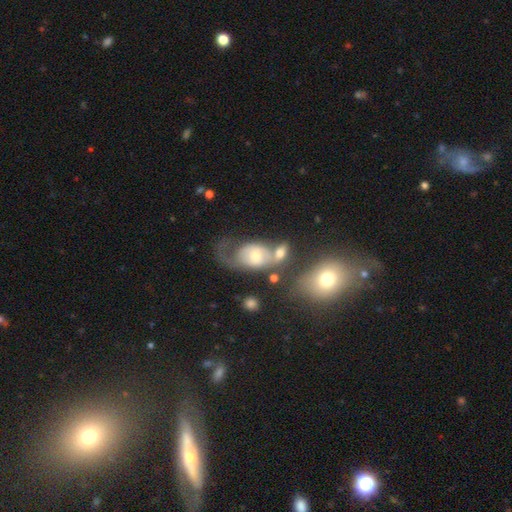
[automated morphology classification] Smooth or featured? featured or disk (56%)
Edge-on disk? no (95%)
Bar? no (78%)
Spiral arms? yes (60%)
Bulge size? moderate (60%)
Merging? major disturbance (34%)